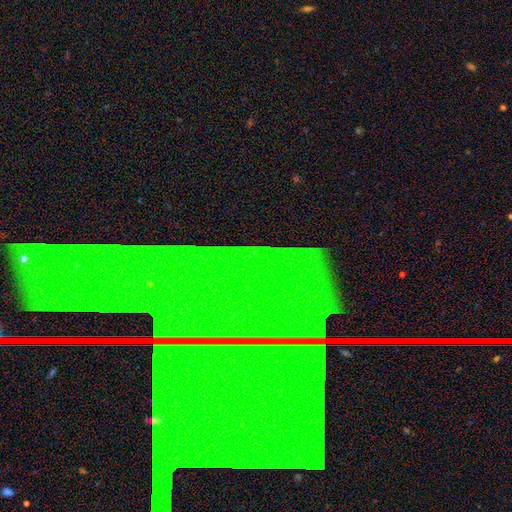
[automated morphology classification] Q: Smooth or featured?
A: star or artifact (83%); runner-up: featured or disk (9%)